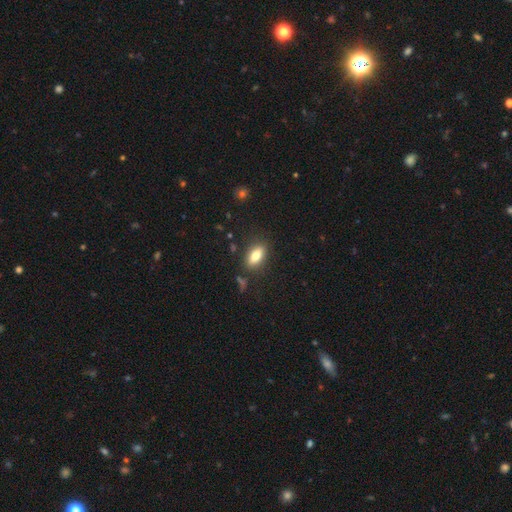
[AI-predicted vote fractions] Overall: smooth (79%). How rounded: in between (85%). Merging: none (83%).